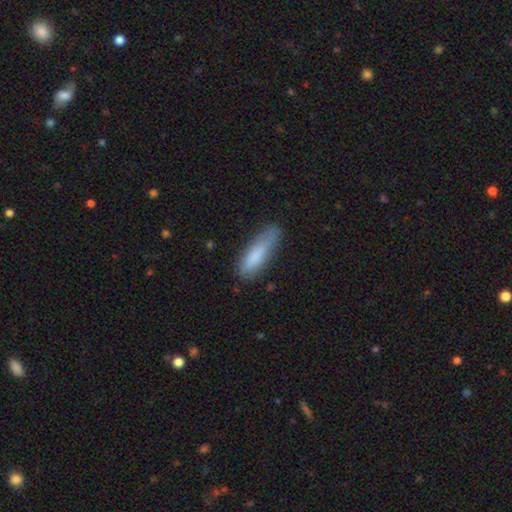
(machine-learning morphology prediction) smooth 80%, featured or disk 13%, star or artifact 6%. Down the decision tree: how rounded — cigar-shaped (66%); merging — none (61%).